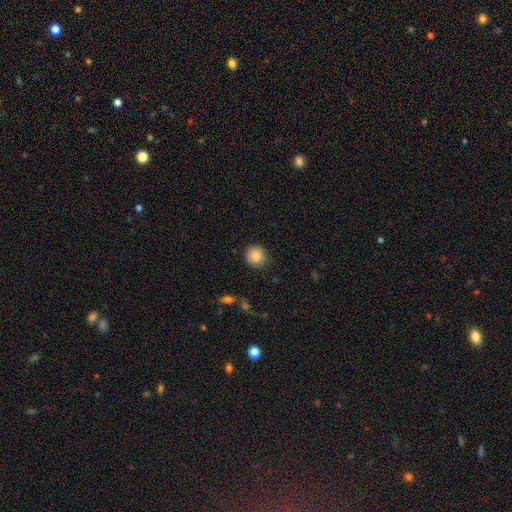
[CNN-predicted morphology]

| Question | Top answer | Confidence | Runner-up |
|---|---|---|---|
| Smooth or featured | smooth | 86% | star or artifact (9%) |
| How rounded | round | 90% | in between (9%) |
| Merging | none | 86% | minor disturbance (10%) |